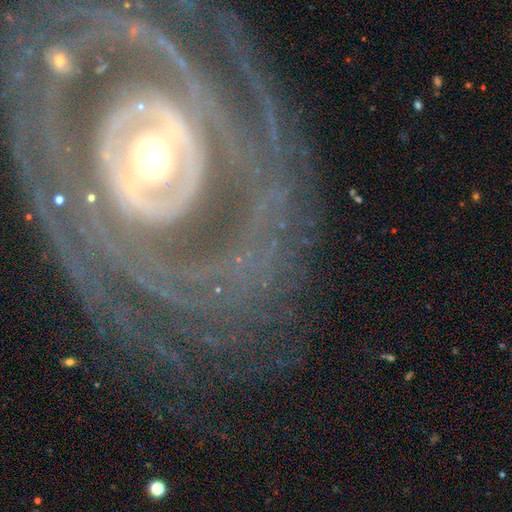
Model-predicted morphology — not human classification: Smooth or featured? Predicted: featured or disk (p=0.89). Edge-on disk? Predicted: no (p=0.95). Bar? Predicted: no (p=0.40). Spiral arms? Predicted: yes (p=0.91). Spiral winding? Predicted: tight (p=0.75). Spiral arm count? Predicted: can't tell (p=0.30). Bulge size? Predicted: moderate (p=0.60). Merging? Predicted: none (p=0.75).